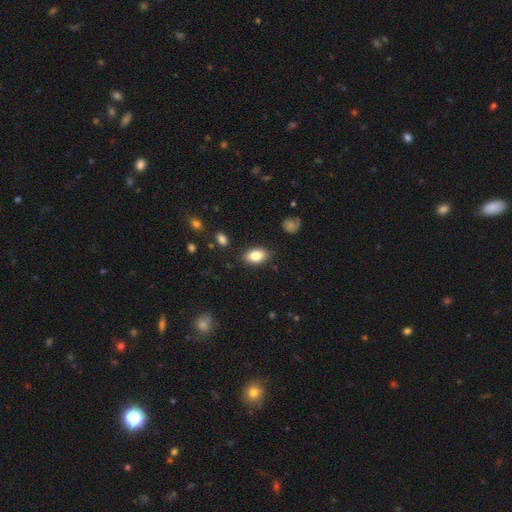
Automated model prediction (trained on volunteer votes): Smooth or featured? Predicted: smooth (p=0.82). How rounded? Predicted: in between (p=0.90). Merging? Predicted: none (p=0.86).